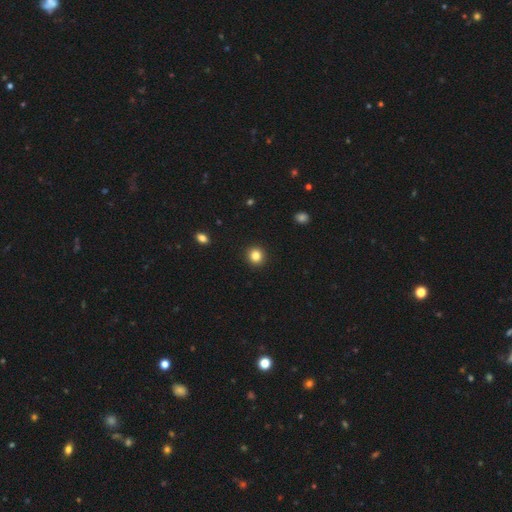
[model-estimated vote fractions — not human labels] smooth_or_featured: smooth (p=0.84) [alt: star or artifact p=0.11]
how_rounded: round (p=0.90) [alt: in between p=0.09]
merging: none (p=0.93) [alt: minor disturbance p=0.05]